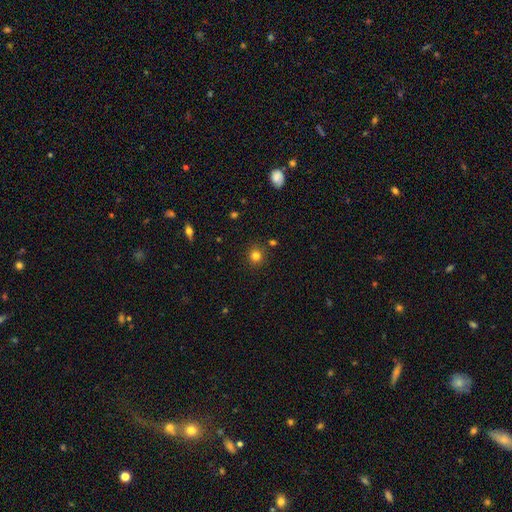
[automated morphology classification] smooth 80%, star or artifact 14%, featured or disk 6%. Down the decision tree: how rounded — round (91%); merging — none (87%).